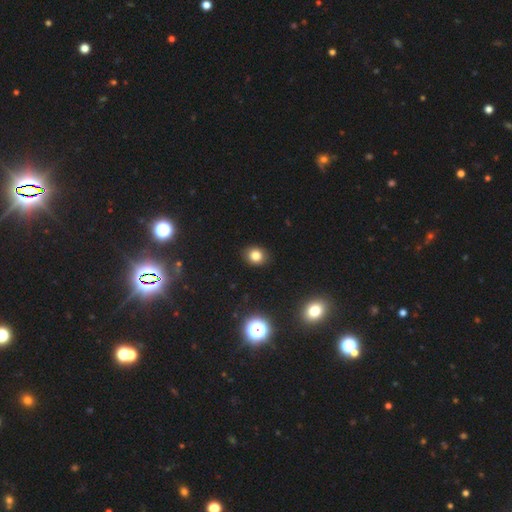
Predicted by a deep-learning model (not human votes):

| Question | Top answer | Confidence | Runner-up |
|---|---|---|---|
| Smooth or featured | smooth | 80% | star or artifact (14%) |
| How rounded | round | 62% | in between (37%) |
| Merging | none | 88% | minor disturbance (9%) |